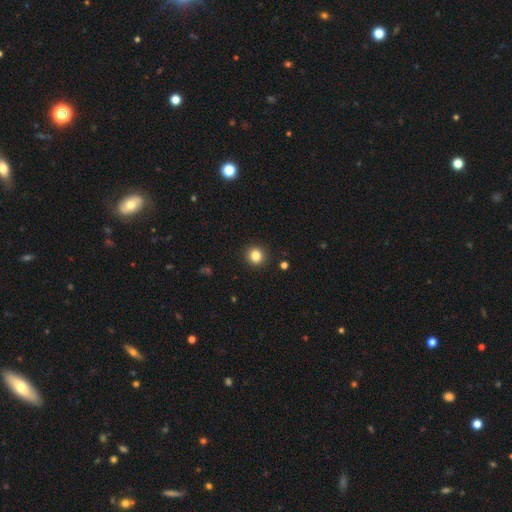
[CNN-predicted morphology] The model was most divided on "smooth or featured": smooth: 84%, star or artifact: 11%, featured or disk: 5%. More confident: merging — none (92%); how rounded — round (91%).